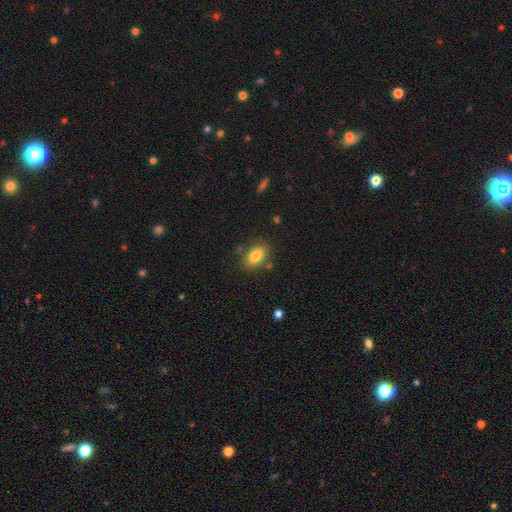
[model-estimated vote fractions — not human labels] Smooth or featured: smooth — 83% (featured or disk — 9%)
How rounded: in between — 87% (round — 10%)
Merging: none — 80% (minor disturbance — 13%)